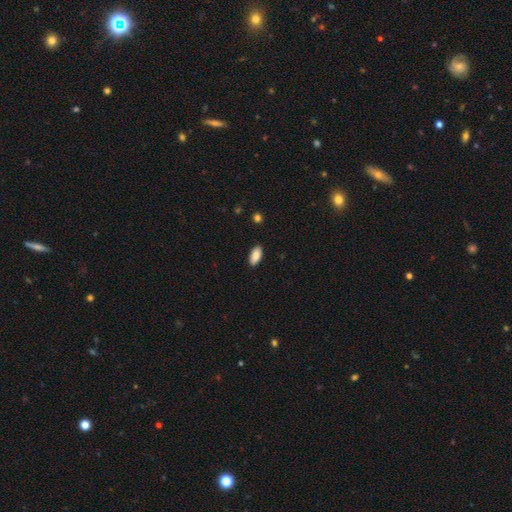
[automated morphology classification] smooth-or-featured: smooth: 88% | star or artifact: 7% | featured or disk: 5%
  how-rounded: in between: 91% | cigar-shaped: 7% | round: 2%
  merging: none: 89% | minor disturbance: 8% | major disturbance: 2% | merger: 1%